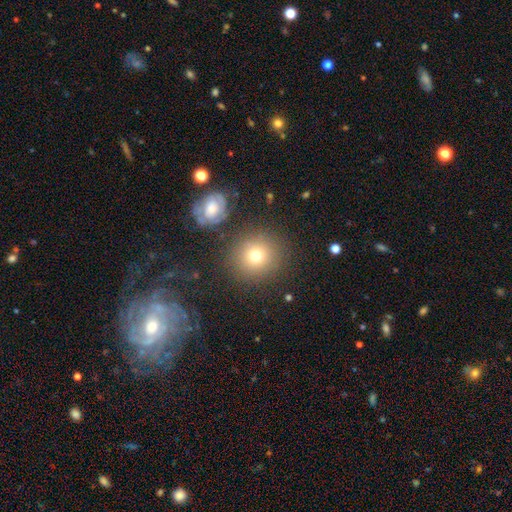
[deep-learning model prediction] This is likely a smooth galaxy (73%). How rounded: clearly round (86%). Merging: clearly none (82%).